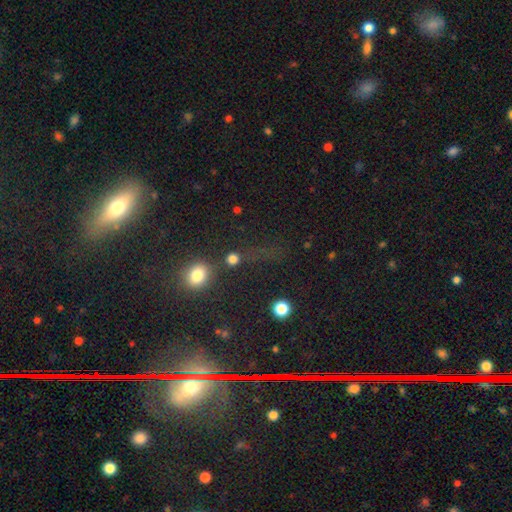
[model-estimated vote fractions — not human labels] The model was most divided on "smooth or featured": star or artifact: 61%, smooth: 22%, featured or disk: 17%.